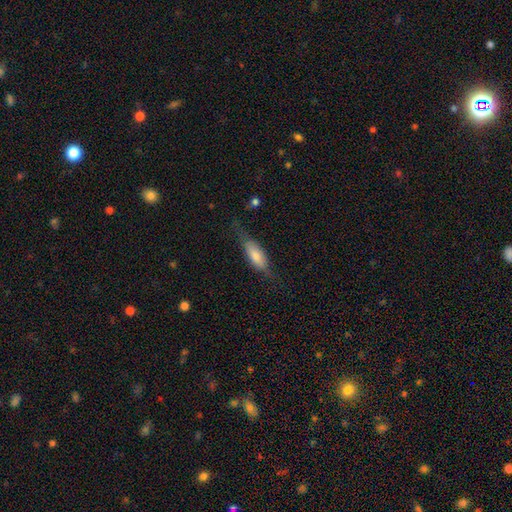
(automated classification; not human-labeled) This appears to be a smooth galaxy with no disk features (69%) that is in between round and cigar-shaped (63%). Merging: none (58%).